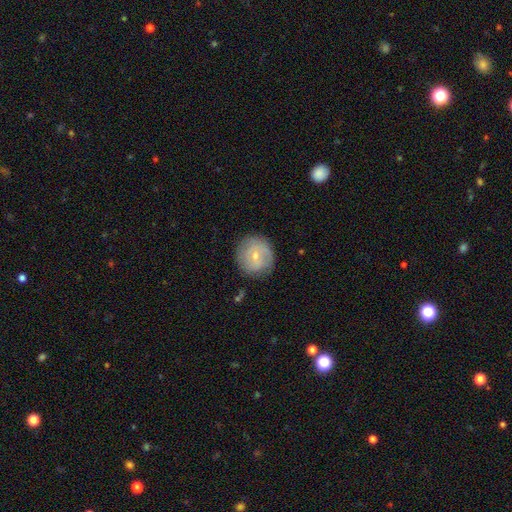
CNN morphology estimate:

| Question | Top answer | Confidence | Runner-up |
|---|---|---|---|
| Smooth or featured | smooth | 56% | featured or disk (37%) |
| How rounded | round | 91% | in between (8%) |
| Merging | none | 80% | minor disturbance (14%) |